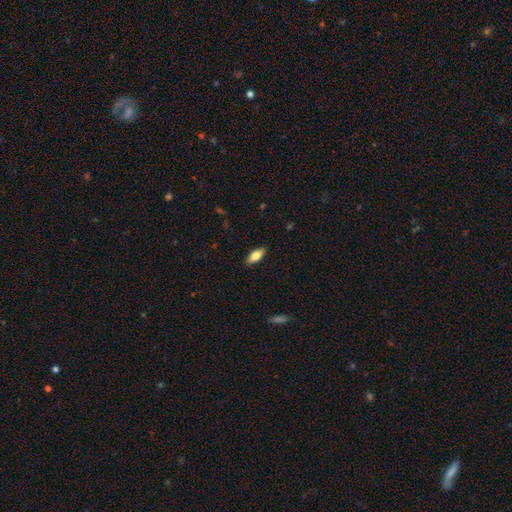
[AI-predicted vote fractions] Overall: smooth (73%). How rounded: in between (77%). Merging: none (89%).